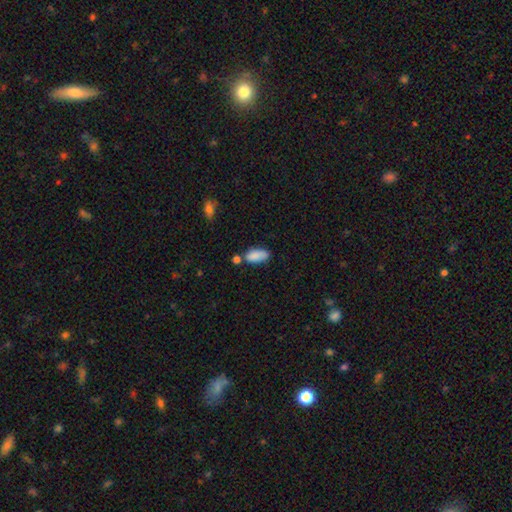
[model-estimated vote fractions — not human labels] Overall: smooth (87%). How rounded: in between (88%). Merging: none (59%; minor disturbance 20%).